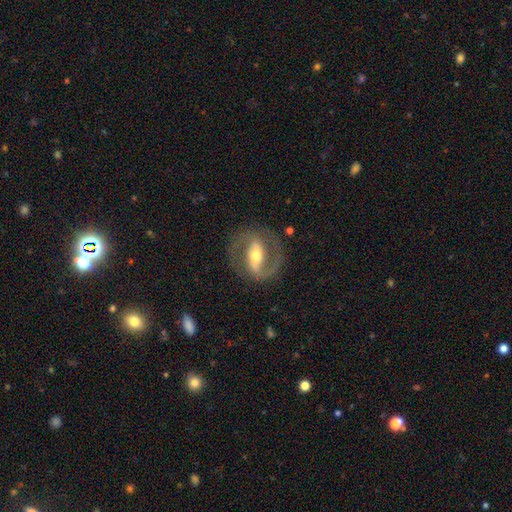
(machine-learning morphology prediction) Smooth or featured? Predicted: featured or disk (p=0.85). Edge-on disk? Predicted: no (p=0.95). Bar? Predicted: strong (p=0.58). Spiral arms? Predicted: yes (p=0.88). Spiral winding? Predicted: medium (p=0.54). Spiral arm count? Predicted: 2 (p=0.86). Bulge size? Predicted: moderate (p=0.64). Merging? Predicted: none (p=0.79).